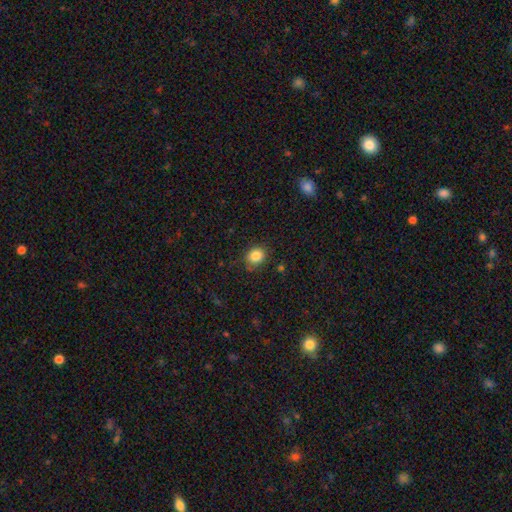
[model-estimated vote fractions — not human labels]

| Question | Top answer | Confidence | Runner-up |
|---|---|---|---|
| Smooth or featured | smooth | 85% | star or artifact (10%) |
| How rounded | round | 64% | in between (35%) |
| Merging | none | 78% | minor disturbance (16%) |